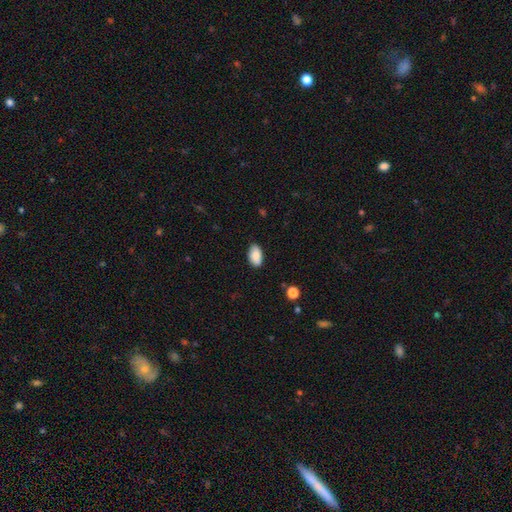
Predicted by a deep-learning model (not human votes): Overall: smooth (87%). How rounded: in between (94%). Merging: none (82%).